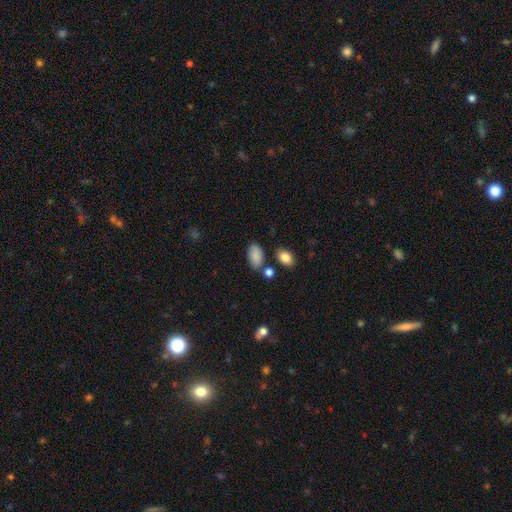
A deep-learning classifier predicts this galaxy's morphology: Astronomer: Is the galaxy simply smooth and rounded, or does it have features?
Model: smooth — 87%.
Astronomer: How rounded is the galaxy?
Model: in between — 94%.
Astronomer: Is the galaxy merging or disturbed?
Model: none — 74%.